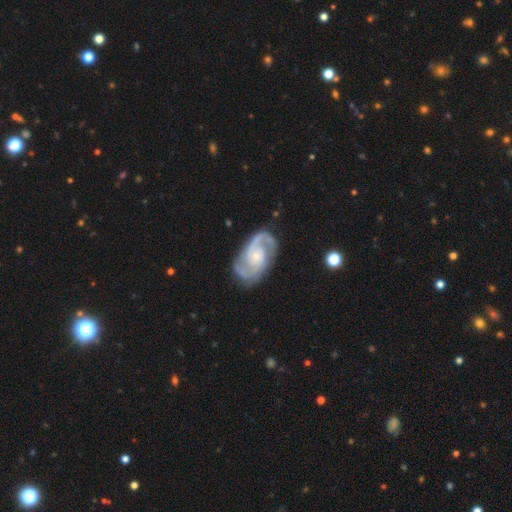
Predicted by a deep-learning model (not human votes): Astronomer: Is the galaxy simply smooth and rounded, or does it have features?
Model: featured or disk — 91%.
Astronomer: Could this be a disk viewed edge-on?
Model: no — 97%.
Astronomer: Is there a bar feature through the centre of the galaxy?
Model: no — 61%.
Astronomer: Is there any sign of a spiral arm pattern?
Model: yes — 98%.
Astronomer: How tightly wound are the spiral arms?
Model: medium — 54% (runner-up: tight, 34%).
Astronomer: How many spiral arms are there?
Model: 2 — 88%.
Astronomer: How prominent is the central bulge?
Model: small — 67%.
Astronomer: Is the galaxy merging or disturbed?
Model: none — 78%.